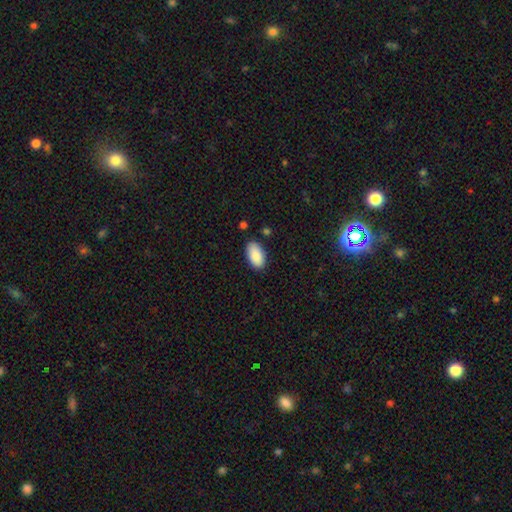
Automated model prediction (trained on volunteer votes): The model was most divided on "merging": none: 85%, minor disturbance: 11%, major disturbance: 2%, merger: 2%. More confident: how rounded — in between (95%); smooth or featured — smooth (90%).